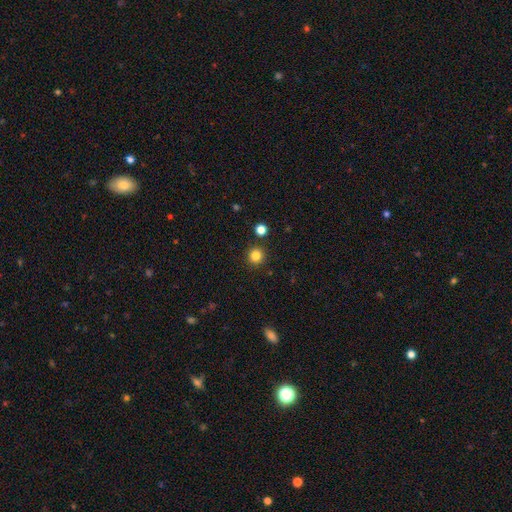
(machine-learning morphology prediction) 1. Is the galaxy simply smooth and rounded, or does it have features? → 83% smooth, 13% star or artifact, 5% featured or disk.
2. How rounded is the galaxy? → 95% round, 4% in between, 1% cigar-shaped.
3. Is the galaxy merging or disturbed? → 90% none, 5% minor disturbance, 3% merger, 2% major disturbance.